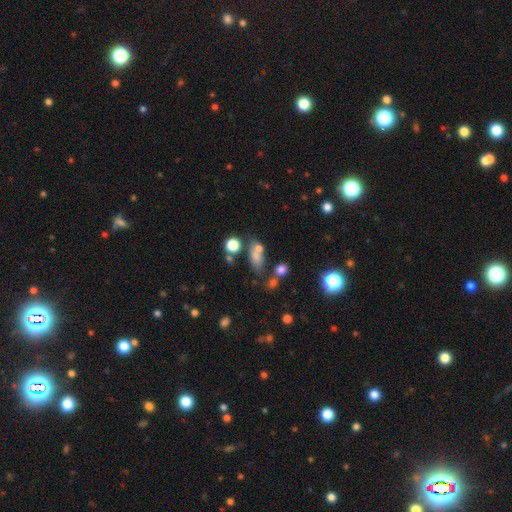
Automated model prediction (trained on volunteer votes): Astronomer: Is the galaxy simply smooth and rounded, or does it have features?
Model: smooth — 67%.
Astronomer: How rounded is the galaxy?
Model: in between — 70%.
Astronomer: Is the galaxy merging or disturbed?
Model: none — 53%.